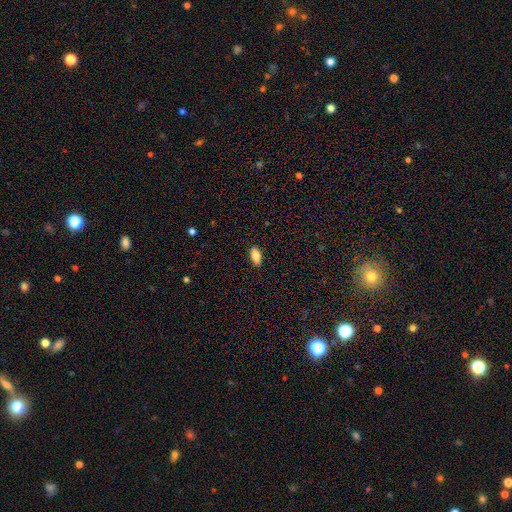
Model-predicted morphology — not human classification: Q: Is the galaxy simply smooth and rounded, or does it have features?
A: smooth — 85%.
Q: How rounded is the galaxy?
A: in between — 90%.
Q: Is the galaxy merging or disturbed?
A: none — 89%.